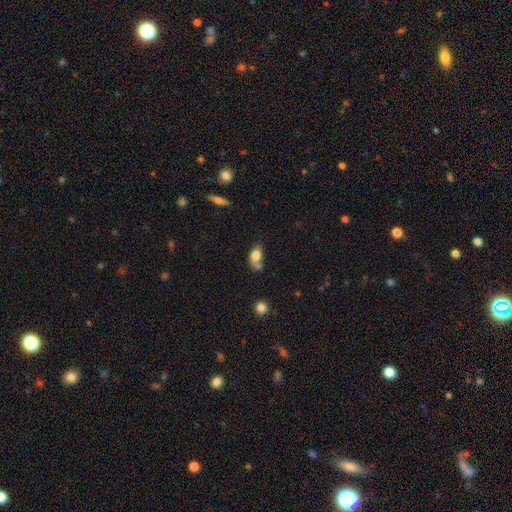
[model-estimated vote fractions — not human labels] smooth_or_featured: smooth (p=0.79) [alt: featured or disk p=0.12]
how_rounded: in between (p=0.84) [alt: round p=0.12]
merging: none (p=0.38) [alt: merger p=0.29]